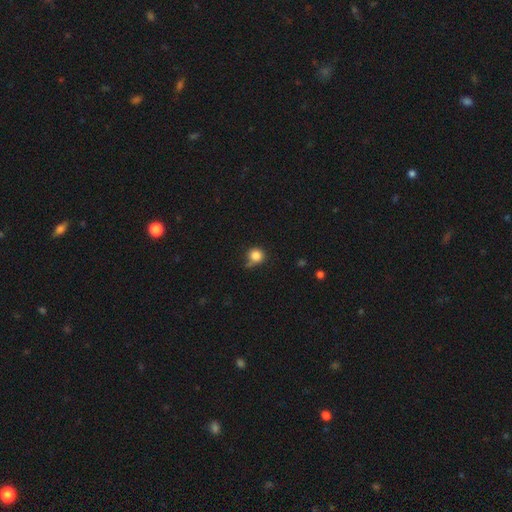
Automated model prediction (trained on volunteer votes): Smooth or featured: smooth — 84% (star or artifact — 11%)
How rounded: round — 91% (in between — 8%)
Merging: none — 60% (minor disturbance — 25%)